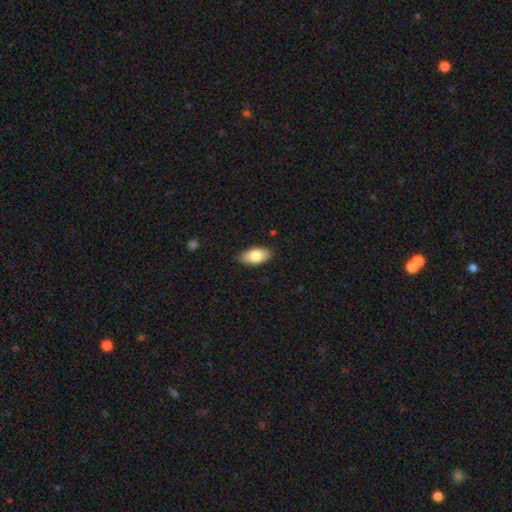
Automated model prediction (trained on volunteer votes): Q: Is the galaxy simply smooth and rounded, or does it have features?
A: smooth — 77%.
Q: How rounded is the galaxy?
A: in between — 92%.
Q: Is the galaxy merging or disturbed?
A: none — 83%.